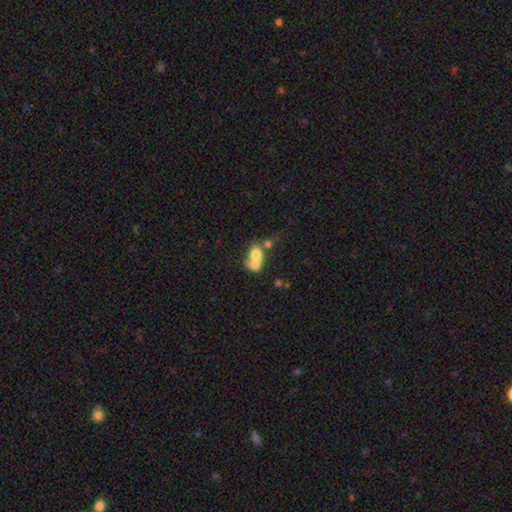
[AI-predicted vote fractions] Q: Smooth or featured?
A: smooth (67%); runner-up: featured or disk (22%)
Q: How rounded?
A: in between (54%); runner-up: round (45%)
Q: Merging?
A: merger (71%); runner-up: none (16%)